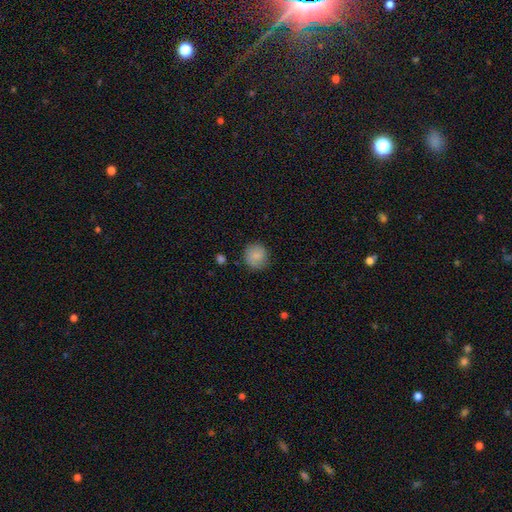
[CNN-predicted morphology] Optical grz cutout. It shows a smooth galaxy with no disk features (82%) that is round (90%). Merging: none (81%).